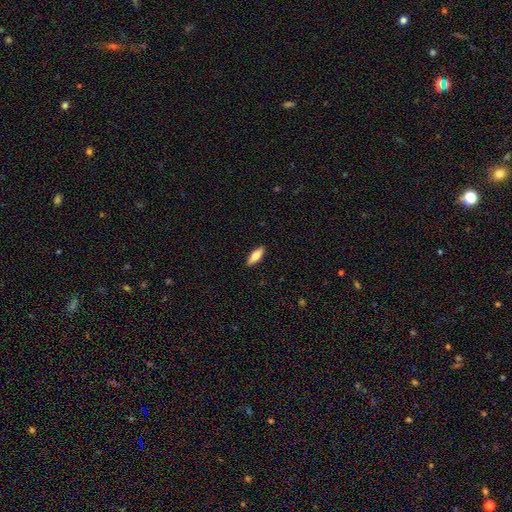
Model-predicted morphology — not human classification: type=smooth (74%); roundness=in between (64%); merging=none (90%).